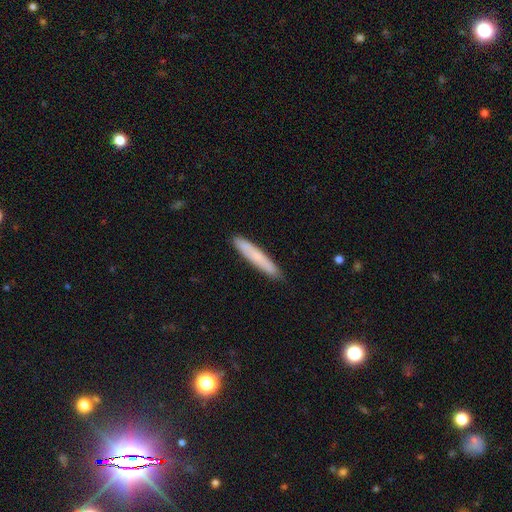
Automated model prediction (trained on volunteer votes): This appears to be a smooth galaxy with no disk features (72%) that is cigar-shaped (94%). Merging: none (88%).